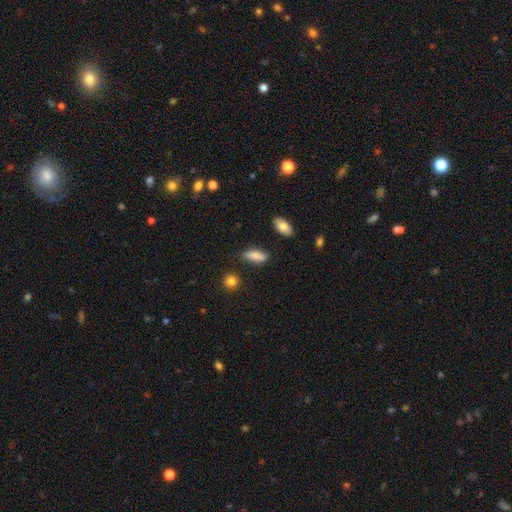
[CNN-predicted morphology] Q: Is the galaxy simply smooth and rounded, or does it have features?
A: smooth — 84%.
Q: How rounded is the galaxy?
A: in between — 59%.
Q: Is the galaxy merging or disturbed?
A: none — 76%.